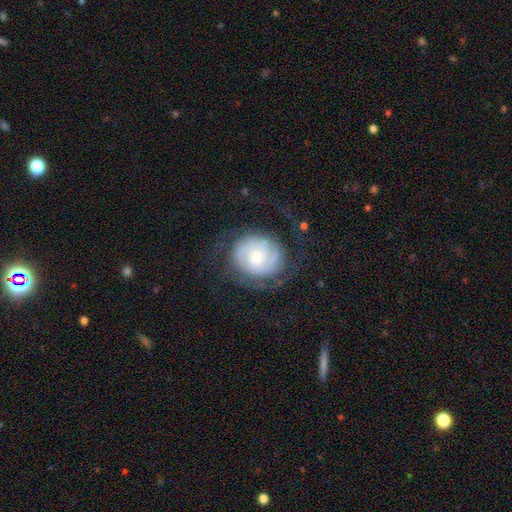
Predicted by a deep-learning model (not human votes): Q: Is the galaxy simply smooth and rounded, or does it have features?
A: featured or disk — 72%.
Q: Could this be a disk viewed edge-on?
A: no — 98%.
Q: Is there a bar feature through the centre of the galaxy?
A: no — 64%.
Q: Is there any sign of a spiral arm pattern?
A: yes — 90%.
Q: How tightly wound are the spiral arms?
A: tight — 56%.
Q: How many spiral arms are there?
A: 2 — 46%.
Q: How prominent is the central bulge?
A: small — 50%.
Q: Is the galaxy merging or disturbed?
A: none — 64%.